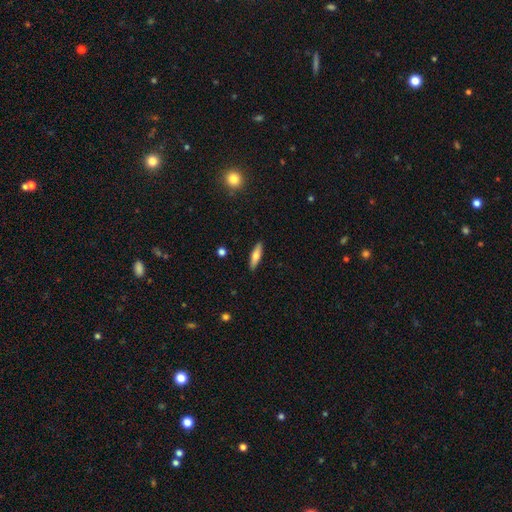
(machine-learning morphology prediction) smooth-or-featured: smooth: 66% | featured or disk: 28% | star or artifact: 6%
  how-rounded: cigar-shaped: 66% | in between: 32% | round: 2%
  merging: none: 90% | minor disturbance: 7% | major disturbance: 2% | merger: 1%